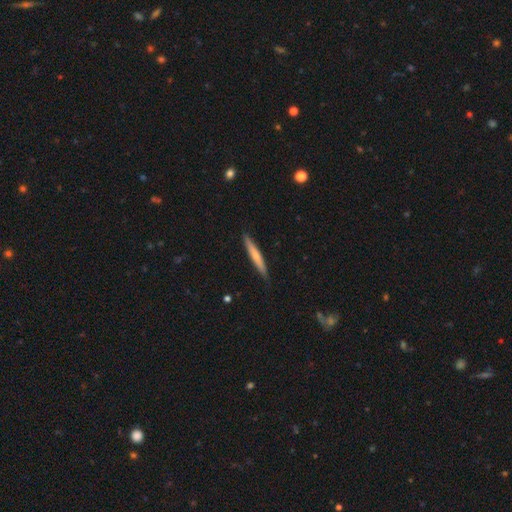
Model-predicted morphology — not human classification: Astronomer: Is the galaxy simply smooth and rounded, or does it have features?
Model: smooth — 60%.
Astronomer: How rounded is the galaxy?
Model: cigar-shaped — 95%.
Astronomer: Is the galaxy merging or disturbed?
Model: none — 88%.